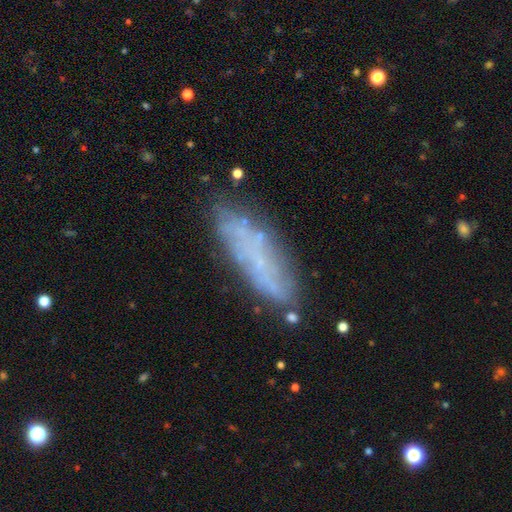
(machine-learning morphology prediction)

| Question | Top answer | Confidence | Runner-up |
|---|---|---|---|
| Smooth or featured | smooth | 46% | featured or disk (42%) |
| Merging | none | 71% | minor disturbance (18%) |